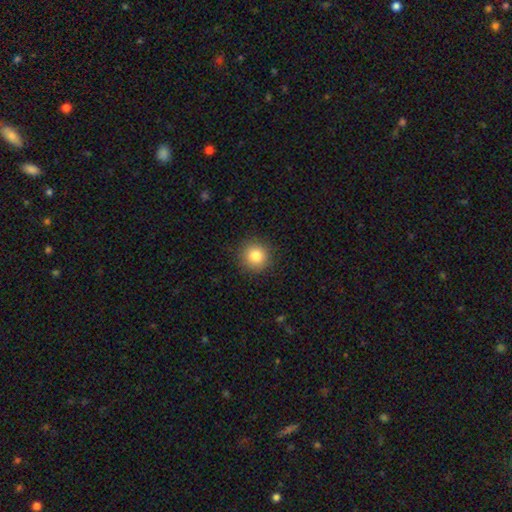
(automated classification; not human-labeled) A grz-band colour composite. It shows a smooth galaxy with no disk features (83%) that is round (94%). Merging: none (91%).